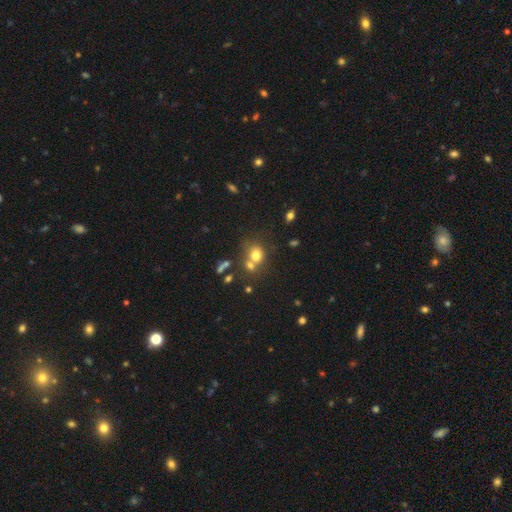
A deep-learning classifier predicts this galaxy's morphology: smooth 72%, star or artifact 15%, featured or disk 13%. Down the decision tree: how rounded — round (70%); merging — none (45%).